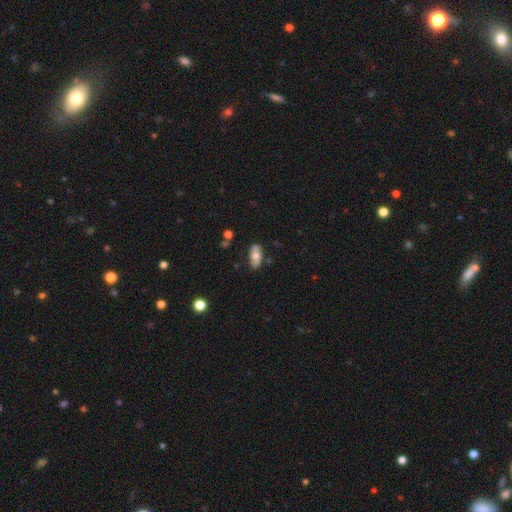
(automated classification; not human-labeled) This appears to be a smooth galaxy with no disk features (63%) that is in between round and cigar-shaped (89%). Merging: none (82%).